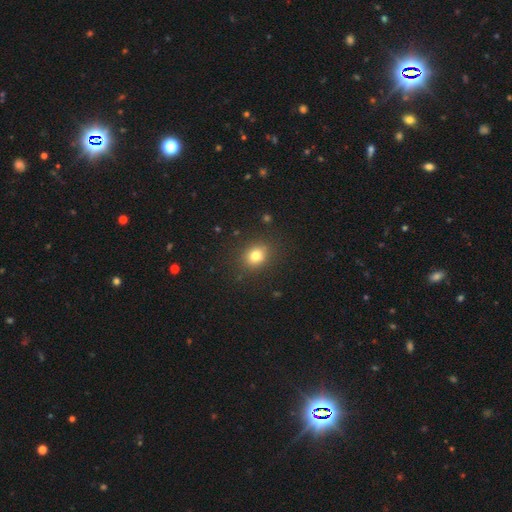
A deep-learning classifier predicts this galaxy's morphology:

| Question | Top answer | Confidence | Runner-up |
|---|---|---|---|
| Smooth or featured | smooth | 78% | star or artifact (13%) |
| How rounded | round | 66% | in between (33%) |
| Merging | none | 86% | minor disturbance (9%) |